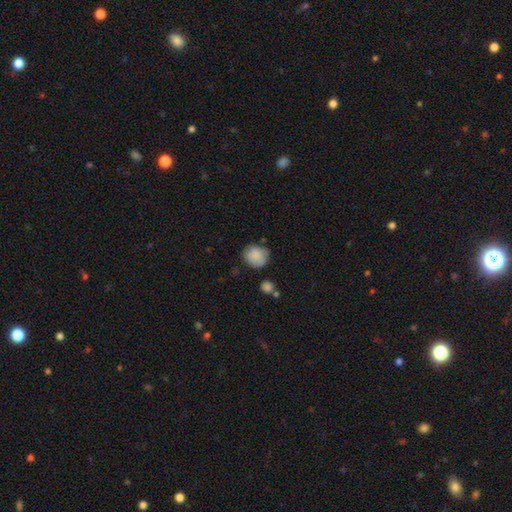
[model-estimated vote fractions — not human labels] Smooth or featured?
  - smooth: 83% *
  - featured or disk: 10%
  - star or artifact: 8%
How rounded?
  - round: 79% *
  - in between: 20%
  - cigar-shaped: 1%
Merging?
  - none: 66% *
  - minor disturbance: 24%
  - major disturbance: 6%
  - merger: 4%